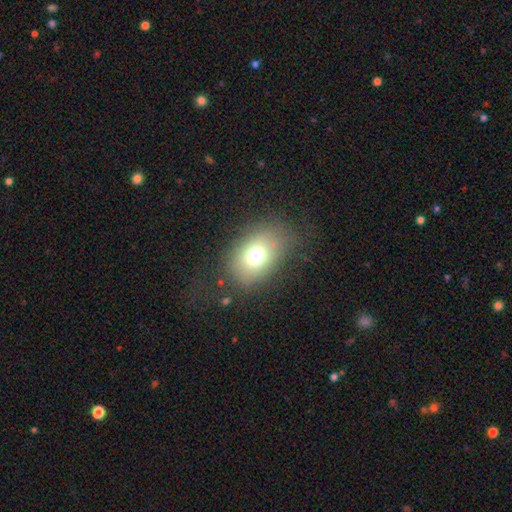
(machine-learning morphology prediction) Smooth or featured? Predicted: smooth (p=0.71). How rounded? Predicted: in between (p=0.72). Merging? Predicted: none (p=0.73).